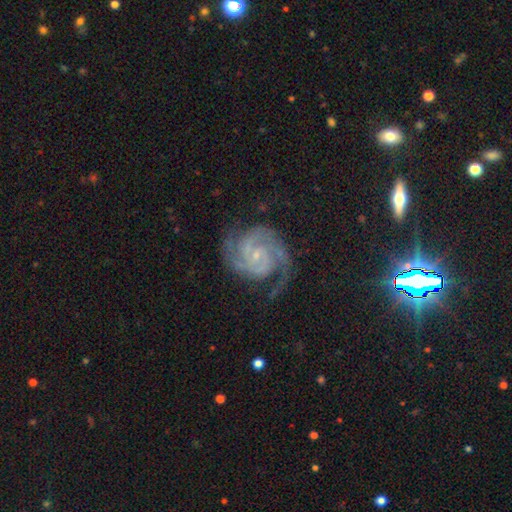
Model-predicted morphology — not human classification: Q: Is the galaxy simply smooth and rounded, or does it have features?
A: featured or disk — 91%.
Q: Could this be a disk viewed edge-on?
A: no — 98%.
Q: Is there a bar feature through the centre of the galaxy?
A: no — 55%.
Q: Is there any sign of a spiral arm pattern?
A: yes — 99%.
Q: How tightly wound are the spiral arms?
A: tight — 54%.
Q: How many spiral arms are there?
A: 2 — 57%.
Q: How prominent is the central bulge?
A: small — 78%.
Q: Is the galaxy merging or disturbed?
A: none — 71%.